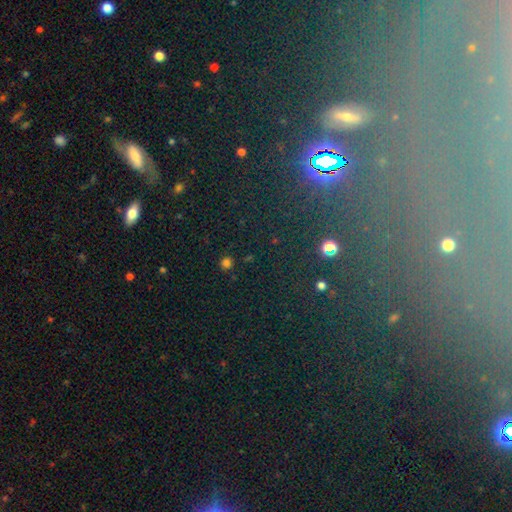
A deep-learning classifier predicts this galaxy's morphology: This is likely a star or artifact rather than a galaxy (60%).